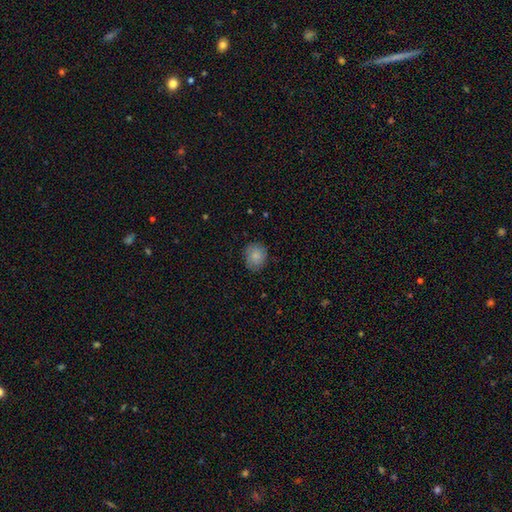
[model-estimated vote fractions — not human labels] This appears to be a smooth galaxy with no disk features (83%) that is round (69%). Merging: none (81%).